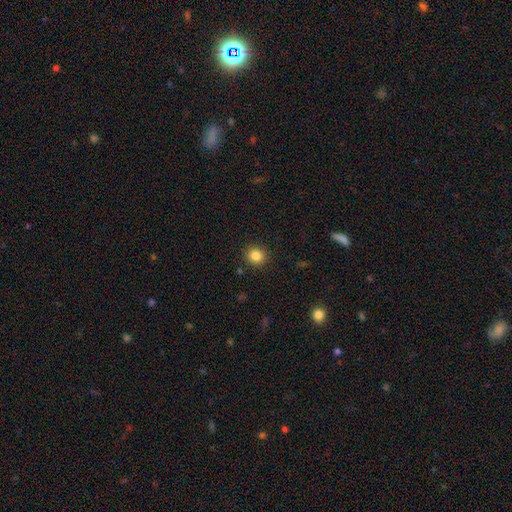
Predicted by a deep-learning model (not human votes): Morphology: type=smooth (85%); roundness=round (85%); merging=none (90%).